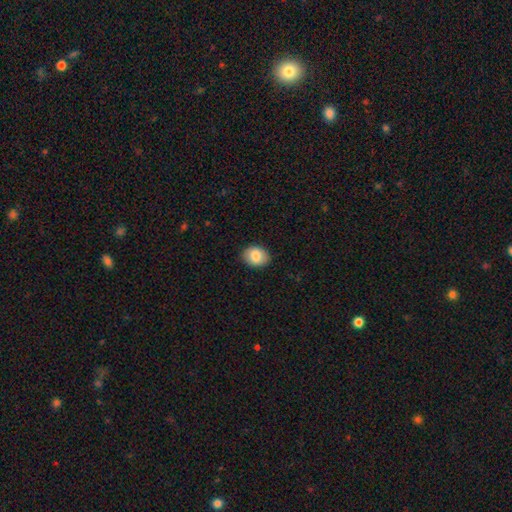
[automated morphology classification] smooth 86%, star or artifact 7%, featured or disk 7%. Down the decision tree: how rounded — in between (62%); merging — none (88%).